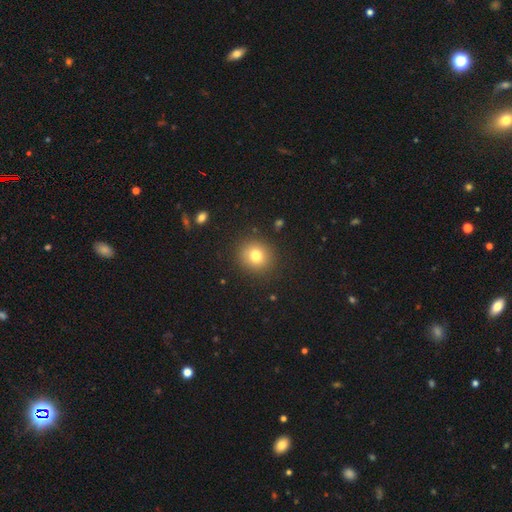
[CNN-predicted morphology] Smooth or featured? smooth (78%)
How rounded? round (87%)
Merging? none (89%)